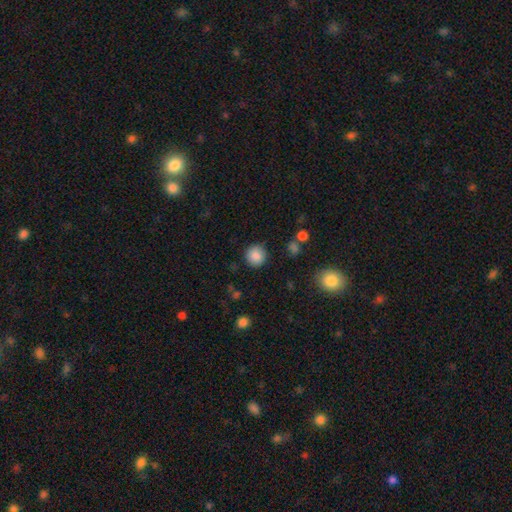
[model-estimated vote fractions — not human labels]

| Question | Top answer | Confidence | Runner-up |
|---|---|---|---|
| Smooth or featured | smooth | 86% | star or artifact (9%) |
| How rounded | round | 92% | in between (7%) |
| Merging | none | 89% | minor disturbance (7%) |